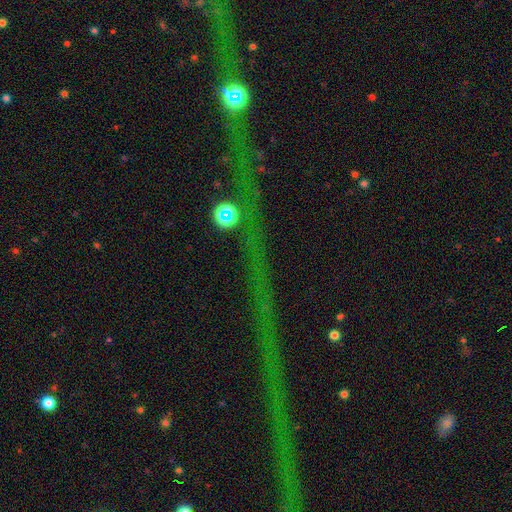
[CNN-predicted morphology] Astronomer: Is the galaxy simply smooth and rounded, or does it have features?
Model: star or artifact — 67%.